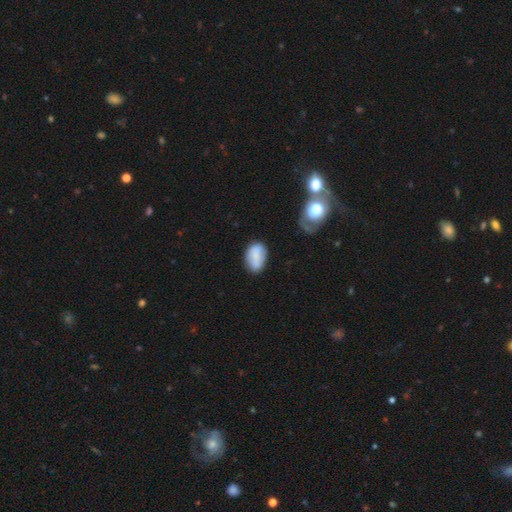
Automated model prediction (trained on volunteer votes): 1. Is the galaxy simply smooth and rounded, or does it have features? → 76% smooth, 17% featured or disk, 7% star or artifact.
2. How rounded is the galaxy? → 88% in between, 10% round, 2% cigar-shaped.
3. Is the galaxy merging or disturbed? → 66% none, 23% minor disturbance, 6% major disturbance, 5% merger.